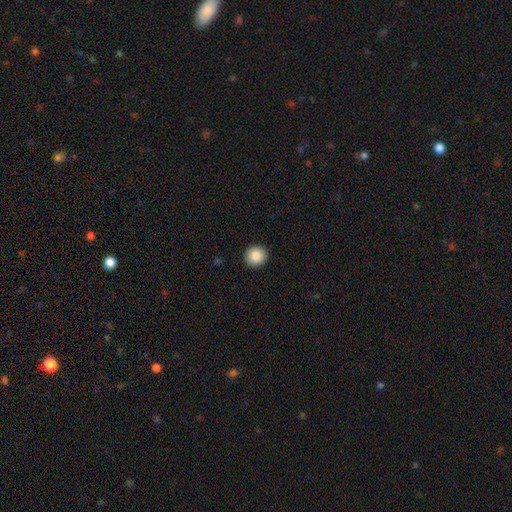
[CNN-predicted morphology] Overall: smooth (88%). How rounded: round (93%). Merging: none (92%).